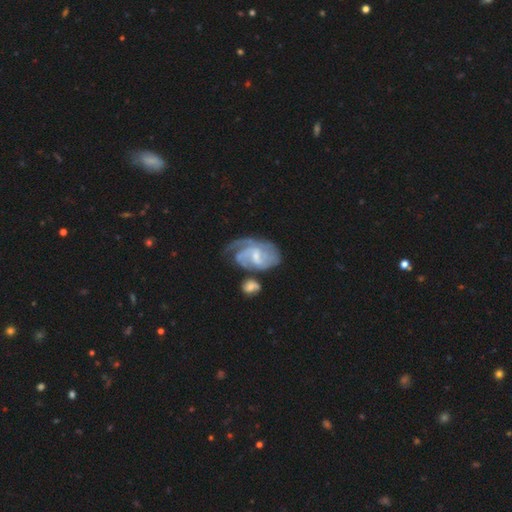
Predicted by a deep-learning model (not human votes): This appears to be a featured or disk galaxy (81%) with a weak bar (57%), tight (43%) spiral arms (91%) and a small central bulge (52%). Merging: none (33%).